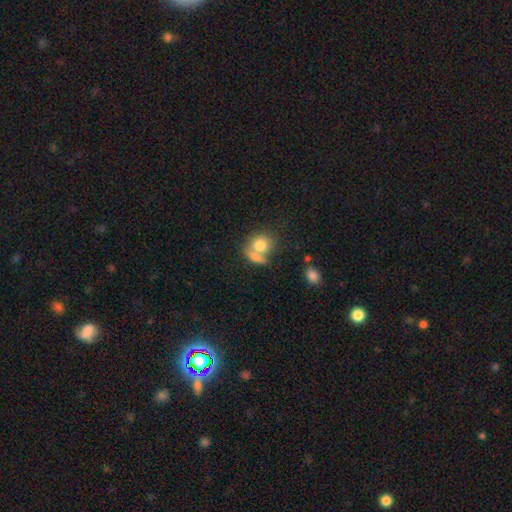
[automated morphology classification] Smooth or featured?
  - smooth: 61% *
  - star or artifact: 22%
  - featured or disk: 17%
How rounded?
  - round: 74% *
  - in between: 25%
  - cigar-shaped: 2%
Merging?
  - merger: 47% *
  - none: 40%
  - minor disturbance: 8%
  - major disturbance: 5%